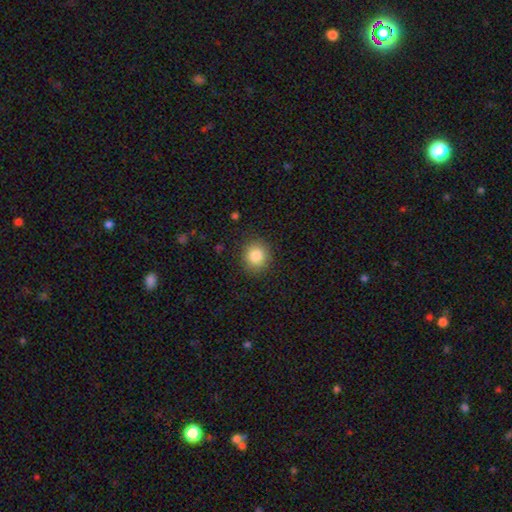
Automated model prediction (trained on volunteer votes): smooth-or-featured: smooth: 86% | star or artifact: 9% | featured or disk: 5%
  how-rounded: round: 84% | in between: 15% | cigar-shaped: 1%
  merging: none: 88% | minor disturbance: 8% | major disturbance: 3% | merger: 1%